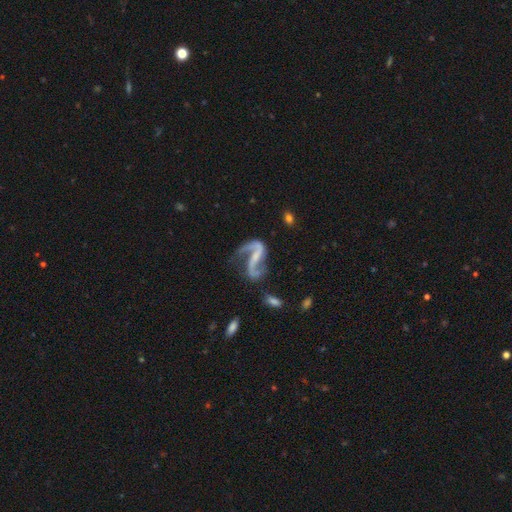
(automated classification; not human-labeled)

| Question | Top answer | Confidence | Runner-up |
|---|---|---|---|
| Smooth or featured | featured or disk | 90% | star or artifact (5%) |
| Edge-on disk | no | 97% | yes (3%) |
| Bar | weak | 38% | tied: strong (38%) |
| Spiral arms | yes | 95% | no (5%) |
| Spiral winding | loose | 68% | medium (27%) |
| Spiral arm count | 2 | 87% | 1 (8%) |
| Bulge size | none | 42% | small (41%) |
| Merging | none | 53% | major disturbance (22%) |